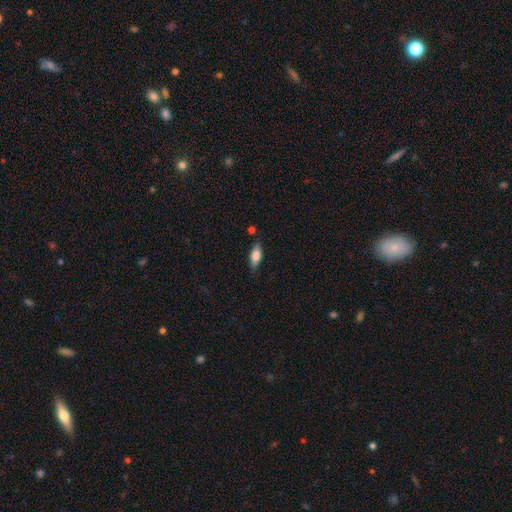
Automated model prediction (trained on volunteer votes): smooth-or-featured: smooth: 68% | featured or disk: 25% | star or artifact: 7%
  how-rounded: in between: 72% | cigar-shaped: 25% | round: 3%
  merging: none: 79% | minor disturbance: 15% | merger: 3% | major disturbance: 3%